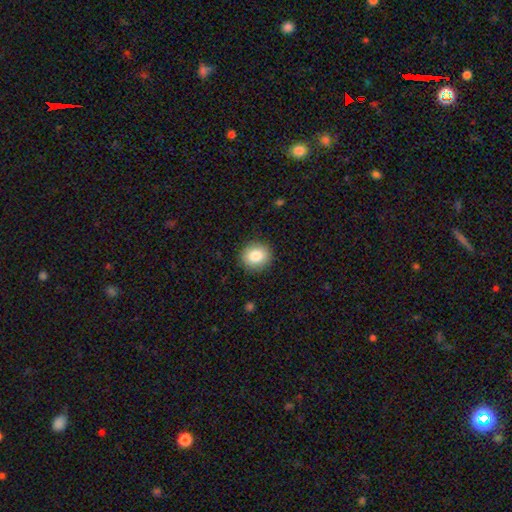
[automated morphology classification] This is clearly a smooth galaxy (84%). How rounded: clearly round (85%). Merging: clearly none (91%).